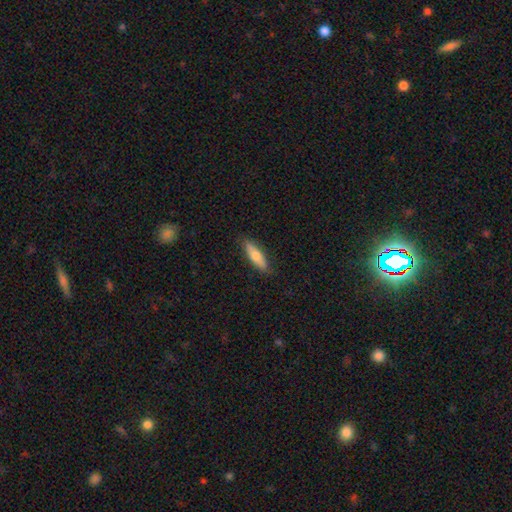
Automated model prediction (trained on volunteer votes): The model was most divided on "how rounded": cigar-shaped: 60%, in between: 38%, round: 2%. More confident: merging — none (85%); smooth or featured — smooth (69%).